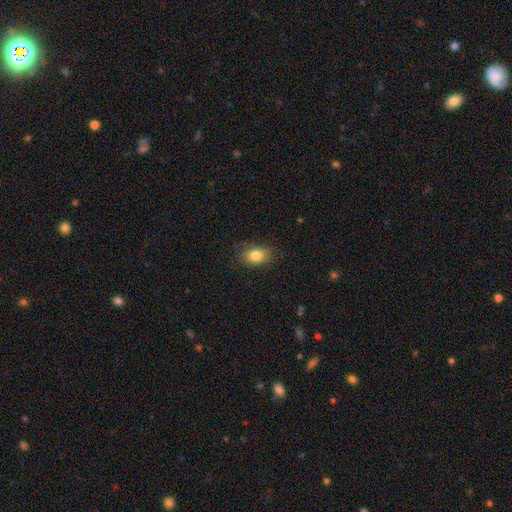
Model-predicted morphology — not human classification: Q: Smooth or featured?
A: smooth (82%); runner-up: star or artifact (9%)
Q: How rounded?
A: in between (80%); runner-up: round (18%)
Q: Merging?
A: none (80%); runner-up: minor disturbance (15%)